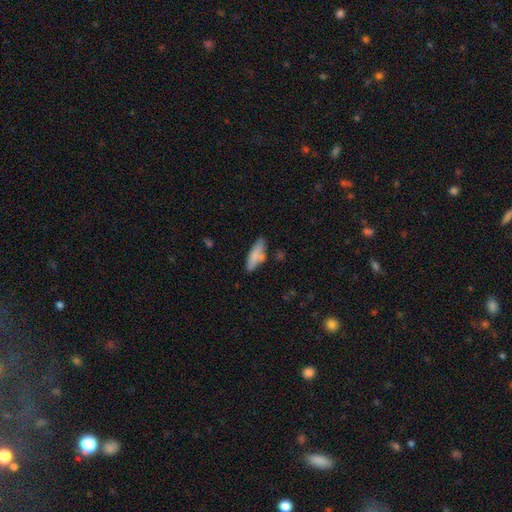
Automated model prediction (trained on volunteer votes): Smooth or featured? Predicted: smooth (p=0.77). How rounded? Predicted: in between (p=0.50). Merging? Predicted: none (p=0.65).